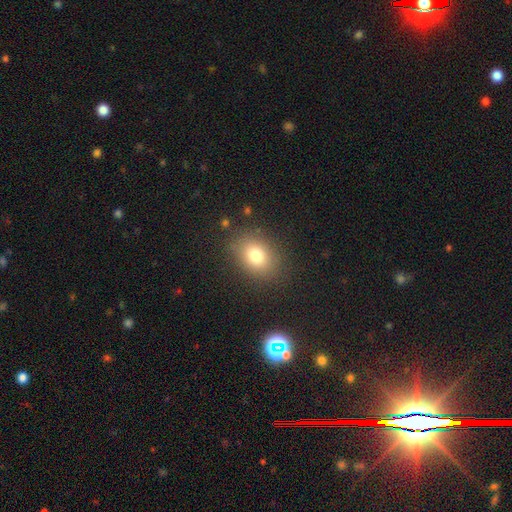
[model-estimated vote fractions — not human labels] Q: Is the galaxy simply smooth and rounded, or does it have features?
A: smooth — 77%.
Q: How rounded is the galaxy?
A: in between — 64%.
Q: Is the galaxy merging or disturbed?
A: none — 84%.